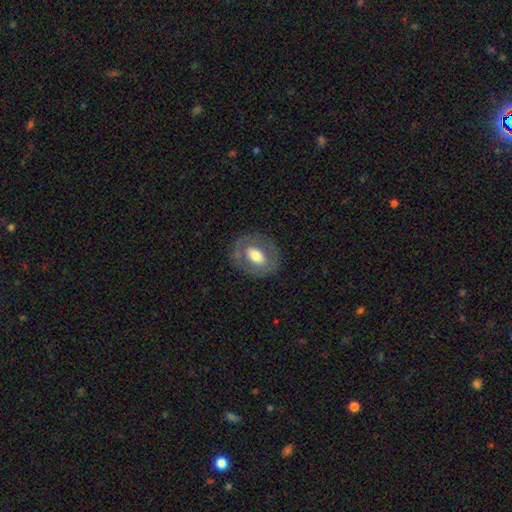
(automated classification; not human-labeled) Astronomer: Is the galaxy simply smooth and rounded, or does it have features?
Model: smooth — 50% (runner-up: featured or disk, 43%).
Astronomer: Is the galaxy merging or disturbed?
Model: none — 78%.